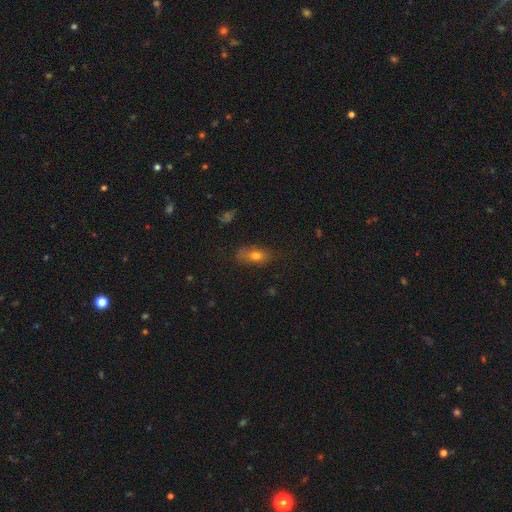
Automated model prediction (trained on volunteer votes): Morphology: type=smooth (72%); roundness=in between (79%); merging=none (64%).